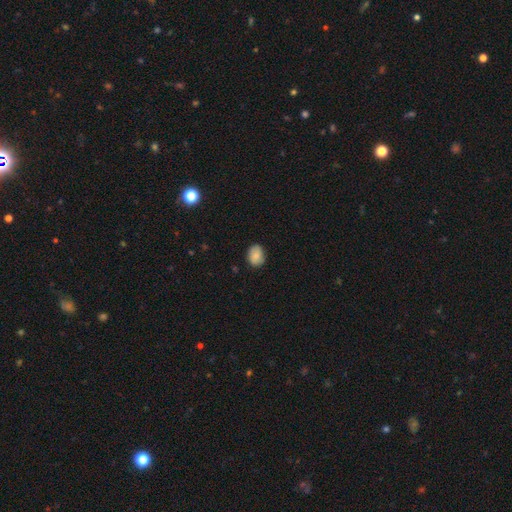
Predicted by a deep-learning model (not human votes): Smooth or featured: smooth — 81% (featured or disk — 11%)
How rounded: in between — 62% (round — 37%)
Merging: none — 81% (minor disturbance — 15%)